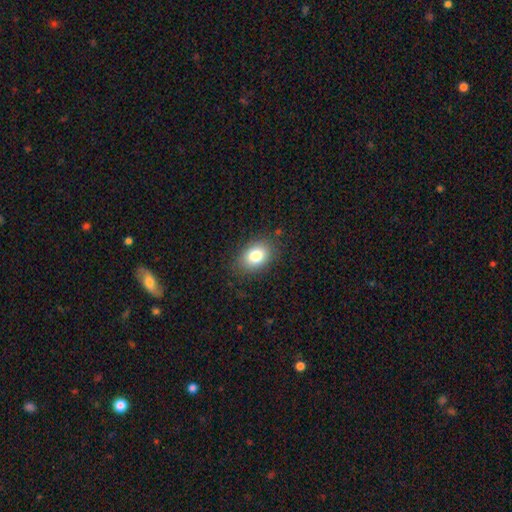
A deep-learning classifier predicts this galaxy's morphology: Smooth or featured?
  - smooth: 82% *
  - star or artifact: 9%
  - featured or disk: 9%
How rounded?
  - in between: 77% *
  - round: 22%
  - cigar-shaped: 1%
Merging?
  - none: 84% *
  - minor disturbance: 12%
  - major disturbance: 3%
  - merger: 1%